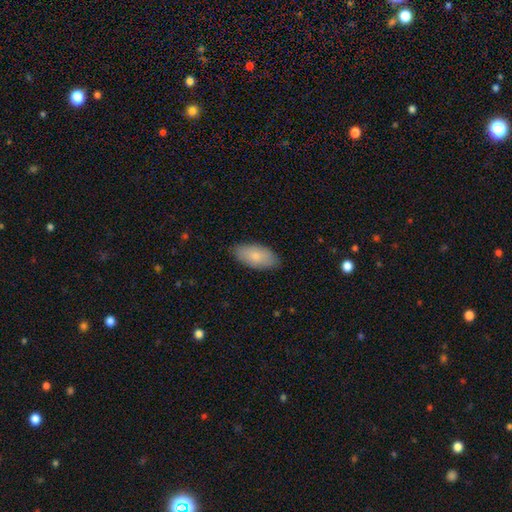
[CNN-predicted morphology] Smooth or featured?
  - smooth: 81% *
  - featured or disk: 13%
  - star or artifact: 6%
How rounded?
  - in between: 93% *
  - cigar-shaped: 5%
  - round: 2%
Merging?
  - none: 84% *
  - minor disturbance: 12%
  - major disturbance: 2%
  - merger: 1%